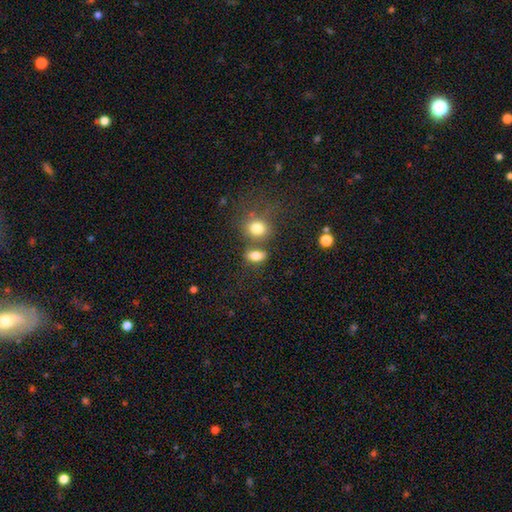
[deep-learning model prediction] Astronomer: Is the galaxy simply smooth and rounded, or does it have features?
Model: smooth — 80%.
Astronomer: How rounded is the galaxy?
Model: in between — 76%.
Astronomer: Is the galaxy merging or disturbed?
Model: none — 55%.